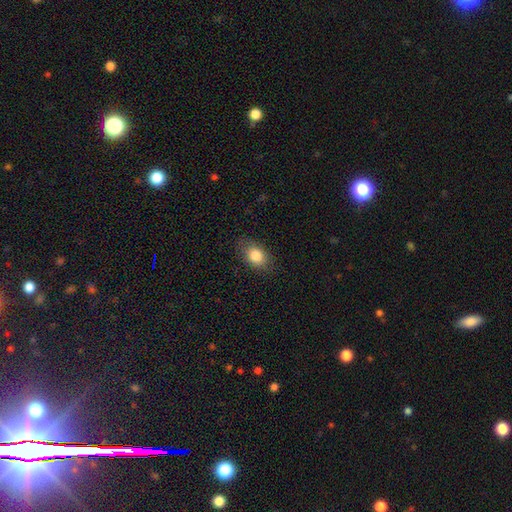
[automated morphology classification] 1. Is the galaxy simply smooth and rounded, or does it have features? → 83% smooth, 9% featured or disk, 8% star or artifact.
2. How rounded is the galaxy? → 77% in between, 21% round, 2% cigar-shaped.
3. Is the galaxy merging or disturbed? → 81% none, 14% minor disturbance, 4% major disturbance, 1% merger.